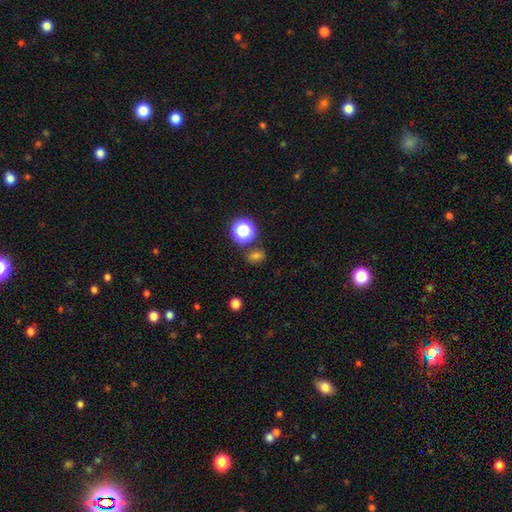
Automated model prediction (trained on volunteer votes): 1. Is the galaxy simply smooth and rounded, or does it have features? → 65% smooth, 27% star or artifact, 8% featured or disk.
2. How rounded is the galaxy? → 56% round, 43% in between, 1% cigar-shaped.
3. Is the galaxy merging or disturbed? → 78% none, 12% minor disturbance, 7% merger, 4% major disturbance.